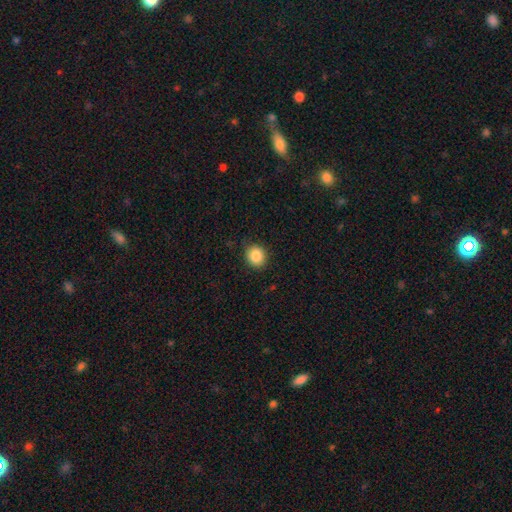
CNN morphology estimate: This is clearly a smooth galaxy (86%). How rounded: likely round (74%). Merging: clearly none (88%).